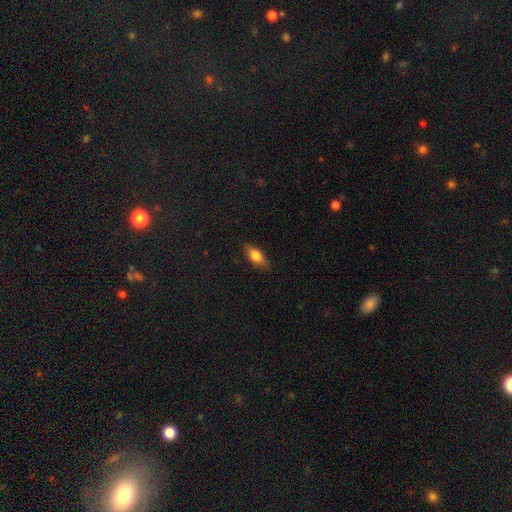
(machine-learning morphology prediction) smooth_or_featured: smooth (p=0.74) [alt: featured or disk p=0.18]
how_rounded: in between (p=0.80) [alt: cigar-shaped p=0.14]
merging: none (p=0.82) [alt: minor disturbance p=0.14]